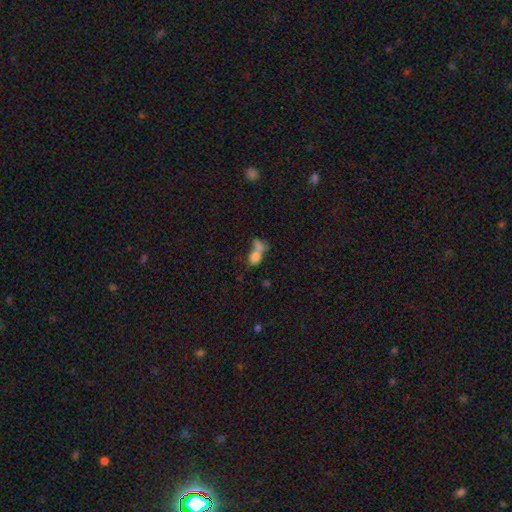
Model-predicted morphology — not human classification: This appears to be a smooth galaxy with no disk features (72%) that is in between round and cigar-shaped (65%). Merging: merger (62%).